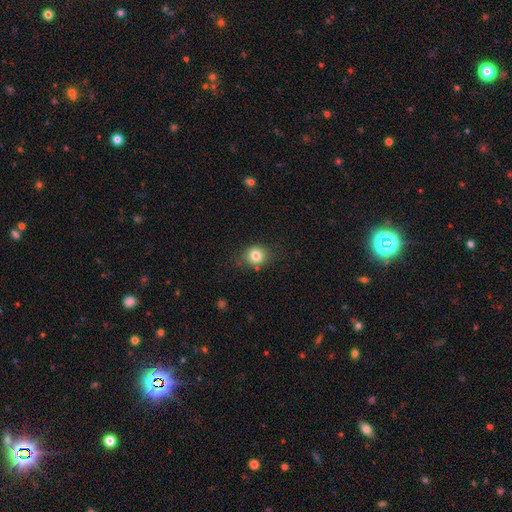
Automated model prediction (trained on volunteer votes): A smooth galaxy with no disk features (81%) that is round (76%). Merging: none (79%).